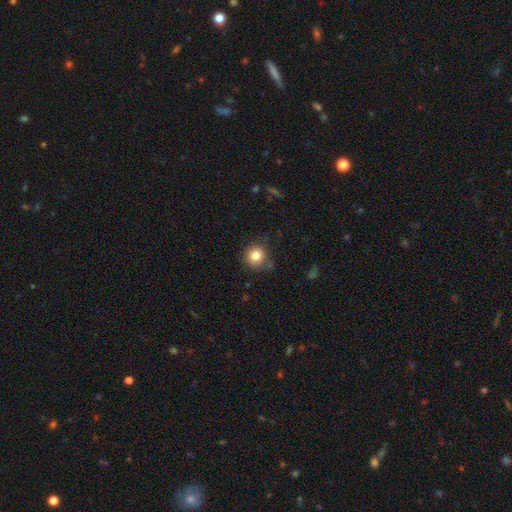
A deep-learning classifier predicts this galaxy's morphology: A smooth galaxy with no disk features (82%) that is round (92%). Merging: none (81%).